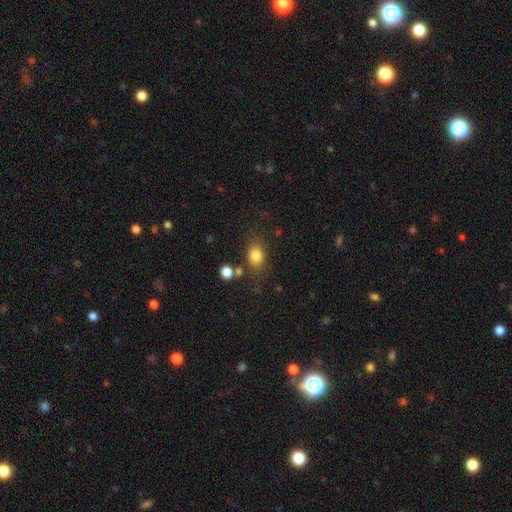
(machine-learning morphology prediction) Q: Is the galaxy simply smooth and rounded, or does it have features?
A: smooth — 81%.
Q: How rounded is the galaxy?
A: in between — 67%.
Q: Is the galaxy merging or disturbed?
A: none — 72%.